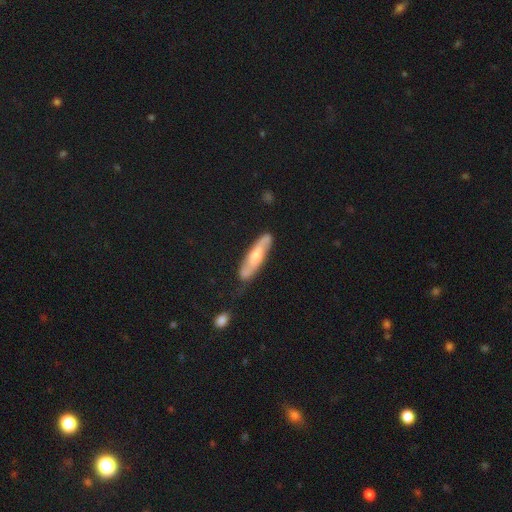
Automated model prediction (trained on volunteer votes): A featured or disk galaxy (53%). Merging: none (67%).